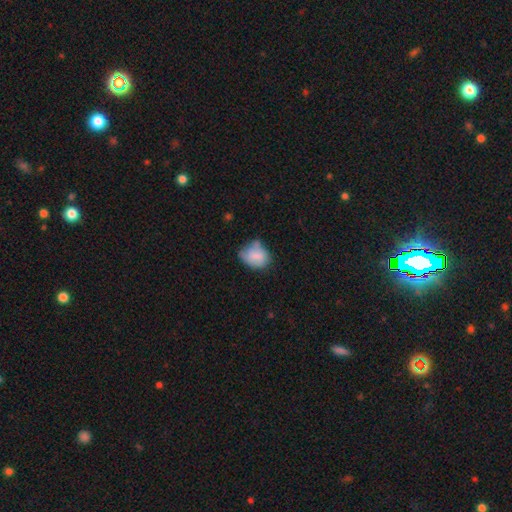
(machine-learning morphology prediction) A smooth galaxy with no disk features (77%) that is in between round and cigar-shaped (59%).

Vote fractions:
- Smooth or featured? smooth: 77% / featured or disk: 15% / star or artifact: 8%
- How rounded? in between: 59% / round: 40% / cigar-shaped: 1%
- Merging? none: 41% / minor disturbance: 39% / major disturbance: 12% / merger: 8%